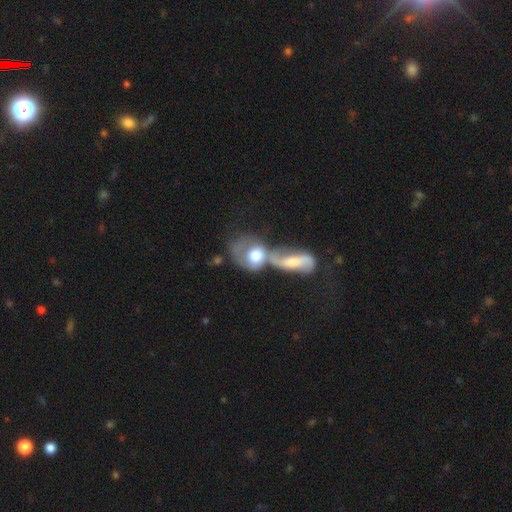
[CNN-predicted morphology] Overall: smooth (54%; featured or disk 39%). How rounded: in between (58%; round 38%). Merging: merger (68%).